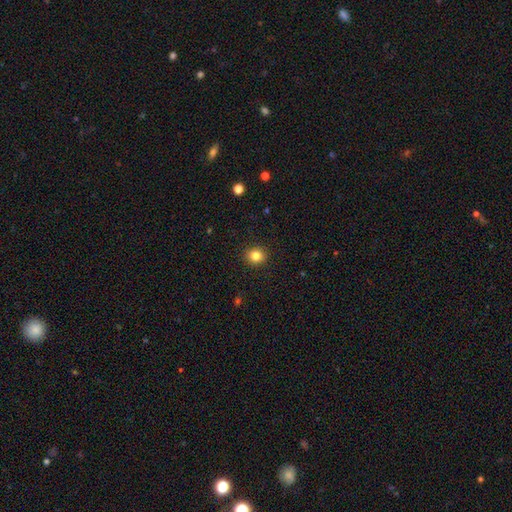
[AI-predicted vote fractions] The model was most divided on "how rounded": round: 83%, in between: 17%, cigar-shaped: 1%. More confident: merging — none (92%); smooth or featured — smooth (83%).